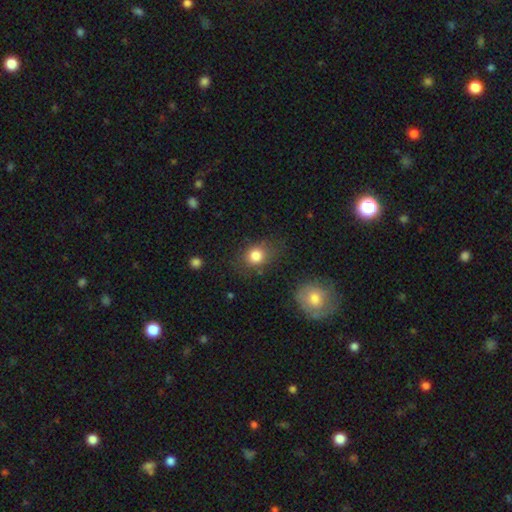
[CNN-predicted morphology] Q: Smooth or featured?
A: smooth (82%); runner-up: star or artifact (10%)
Q: How rounded?
A: round (59%); runner-up: in between (39%)
Q: Merging?
A: none (71%); runner-up: minor disturbance (19%)